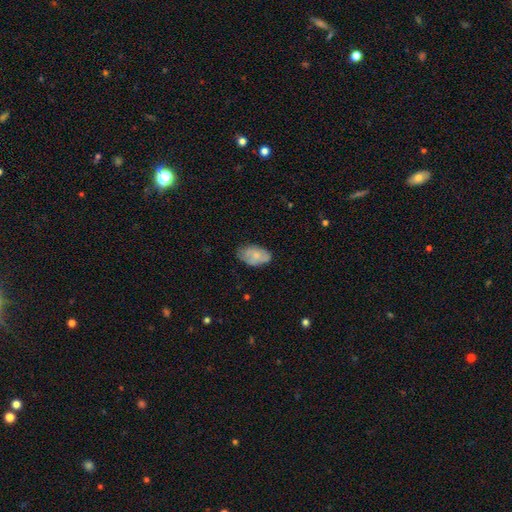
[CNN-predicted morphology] Smooth or featured: smooth — 67% (featured or disk — 26%)
How rounded: in between — 93% (round — 6%)
Merging: none — 66% (minor disturbance — 27%)